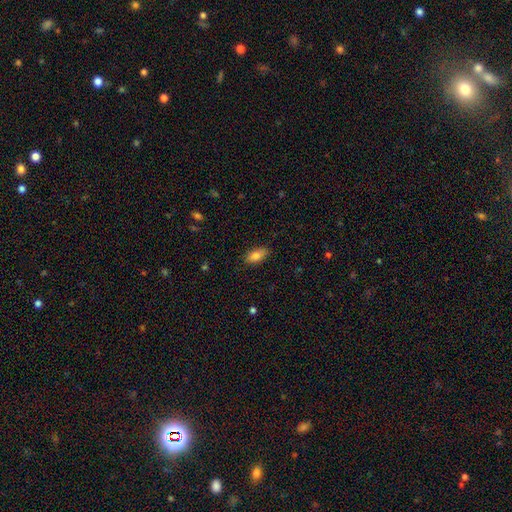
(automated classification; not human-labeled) smooth-or-featured: smooth: 82% | featured or disk: 11% | star or artifact: 8%
  how-rounded: in between: 87% | cigar-shaped: 10% | round: 3%
  merging: none: 84% | minor disturbance: 12% | major disturbance: 2% | merger: 1%